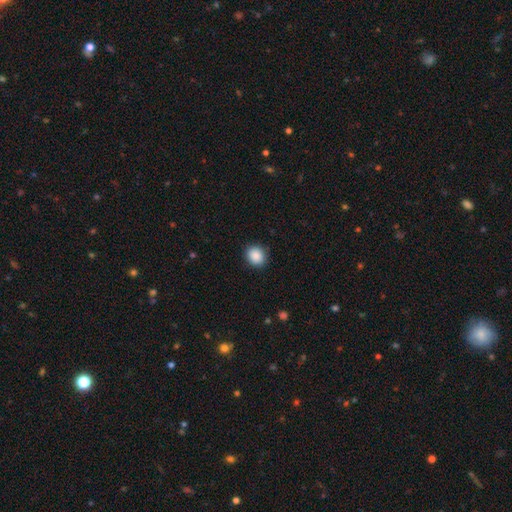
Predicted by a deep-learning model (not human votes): smooth 89%, star or artifact 8%, featured or disk 3%. Down the decision tree: how rounded — round (70%); merging — none (90%).